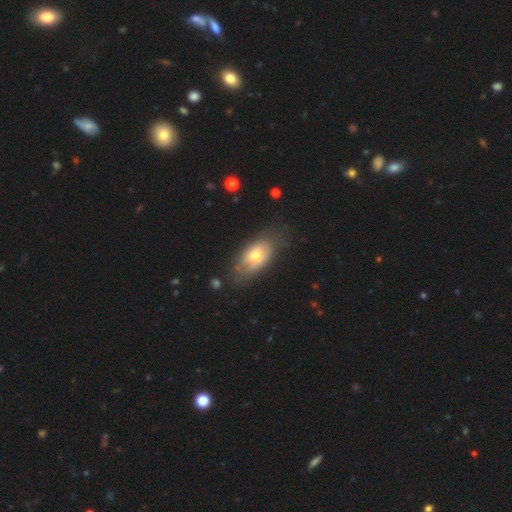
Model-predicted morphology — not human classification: A smooth galaxy with no disk features (61%) that is in between round and cigar-shaped (89%). Merging: none (62%).